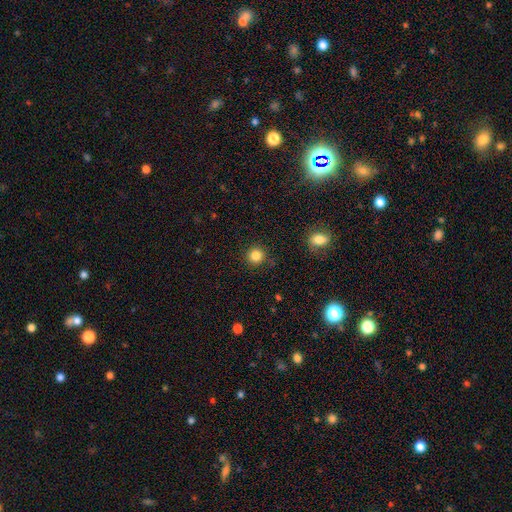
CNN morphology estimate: smooth_or_featured: smooth (p=0.84) [alt: star or artifact p=0.11]
how_rounded: round (p=0.93) [alt: in between p=0.06]
merging: none (p=0.90) [alt: minor disturbance p=0.06]